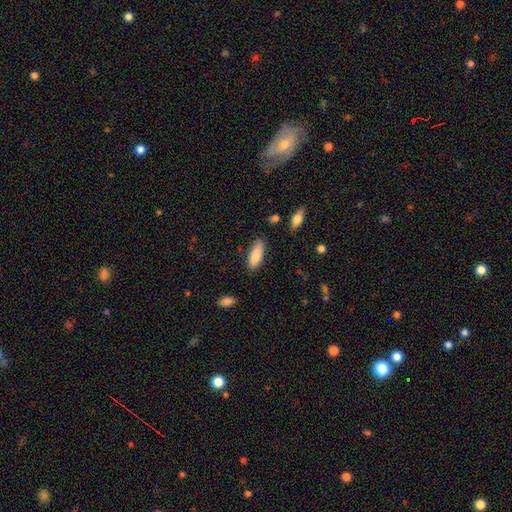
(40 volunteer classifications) smooth_or_featured: smooth (p=0.97) [alt: featured or disk p=0.03]
how_rounded: in between (p=0.59) [alt: cigar-shaped p=0.41]
merging: none (p=0.70) [alt: minor disturbance p=0.25]